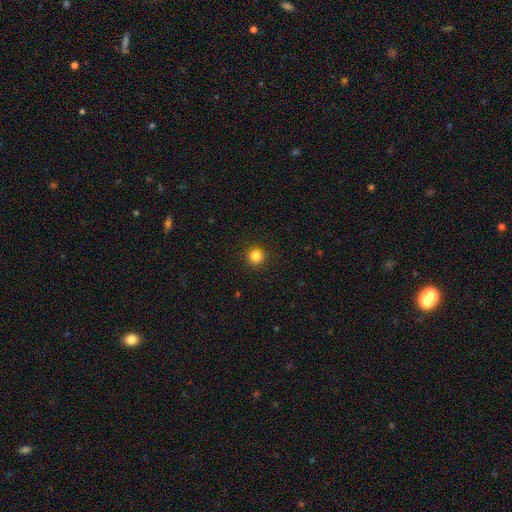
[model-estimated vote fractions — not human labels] Smooth or featured? smooth (84%)
How rounded? round (93%)
Merging? none (91%)